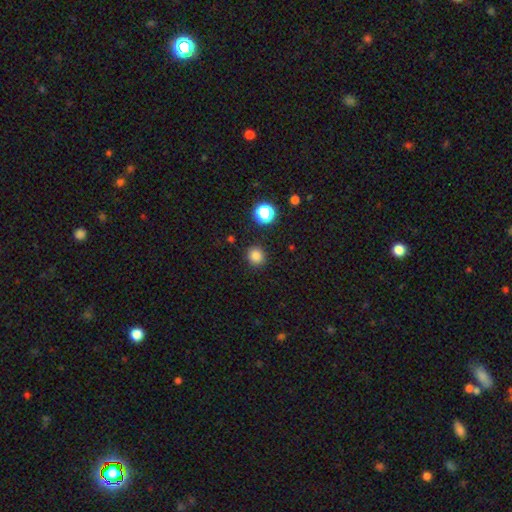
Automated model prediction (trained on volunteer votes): Q: Smooth or featured?
A: smooth (82%); runner-up: star or artifact (14%)
Q: How rounded?
A: round (86%); runner-up: in between (13%)
Q: Merging?
A: none (89%); runner-up: minor disturbance (7%)